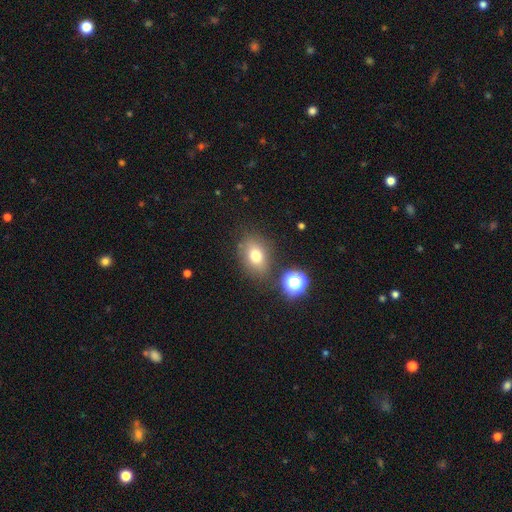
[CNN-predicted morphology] smooth 75%, star or artifact 14%, featured or disk 11%. Down the decision tree: how rounded — in between (65%); merging — none (76%).